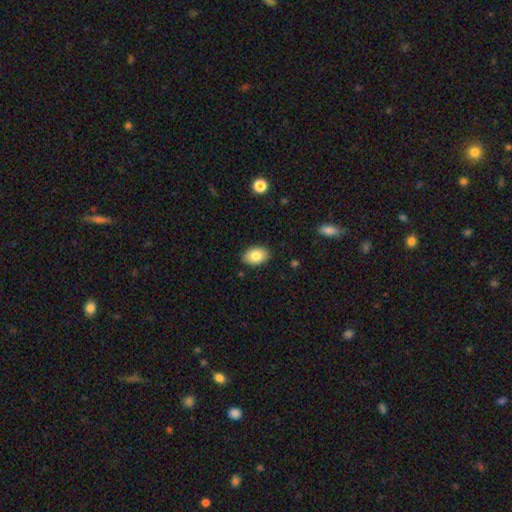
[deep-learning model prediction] A smooth galaxy with no disk features (84%) that is in between round and cigar-shaped (84%). Merging: none (88%).